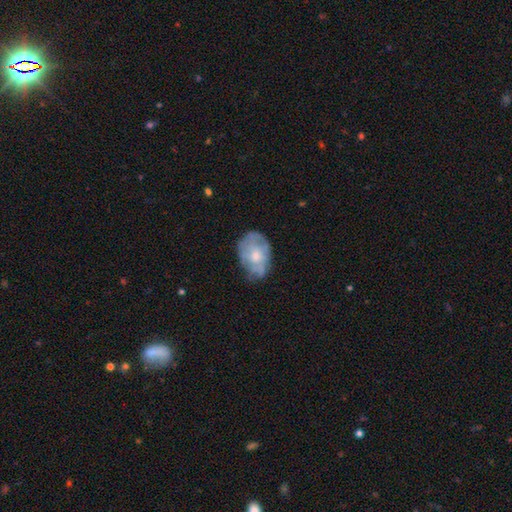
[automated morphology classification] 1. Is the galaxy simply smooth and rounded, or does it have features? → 48% featured or disk, 45% smooth, 7% star or artifact.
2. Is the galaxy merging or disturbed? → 59% none, 29% minor disturbance, 11% major disturbance, 2% merger.